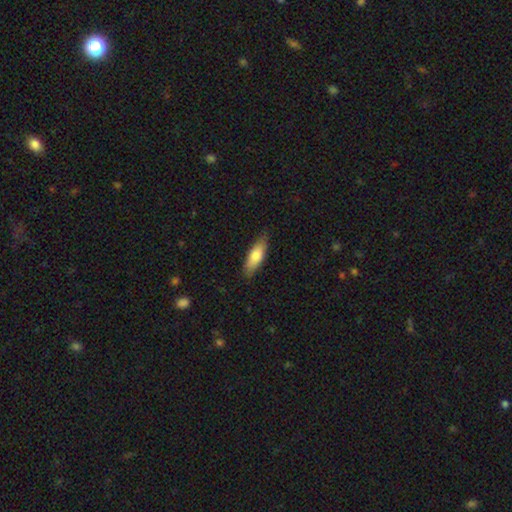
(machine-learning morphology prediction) Smooth or featured? smooth (77%)
How rounded? in between (62%)
Merging? none (80%)